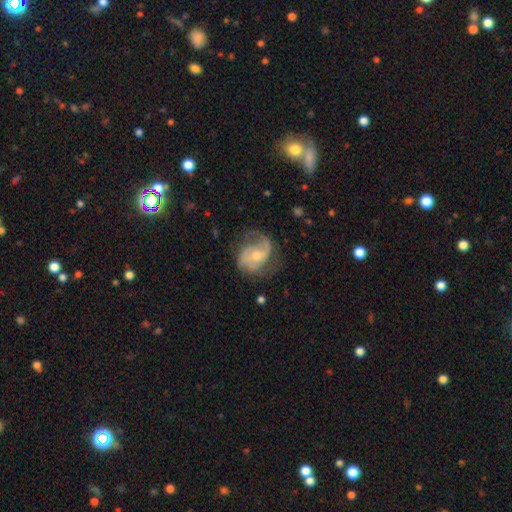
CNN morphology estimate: featured or disk 76%, smooth 18%, star or artifact 6%. Down the decision tree: edge-on disk — no (98%); bar — no (62%); spiral arms — yes (90%); spiral arm count — 2 (73%); spiral winding — medium (47%); bulge size — moderate (52%); merging — none (56%).